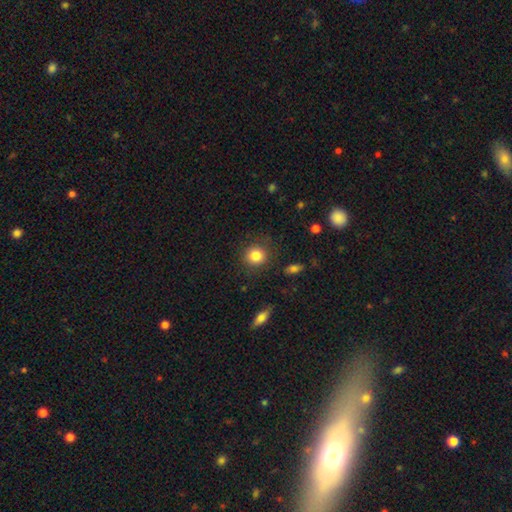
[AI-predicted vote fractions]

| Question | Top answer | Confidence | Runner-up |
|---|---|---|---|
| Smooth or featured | smooth | 84% | star or artifact (9%) |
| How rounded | round | 88% | in between (11%) |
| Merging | none | 86% | minor disturbance (9%) |